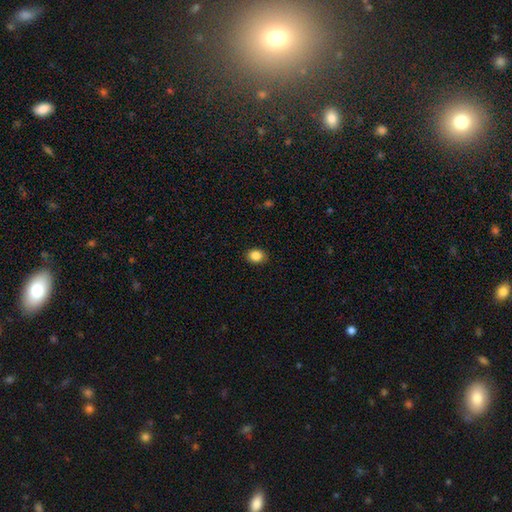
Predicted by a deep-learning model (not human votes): smooth 86%, star or artifact 9%, featured or disk 5%. Down the decision tree: how rounded — round (53%); merging — none (90%).